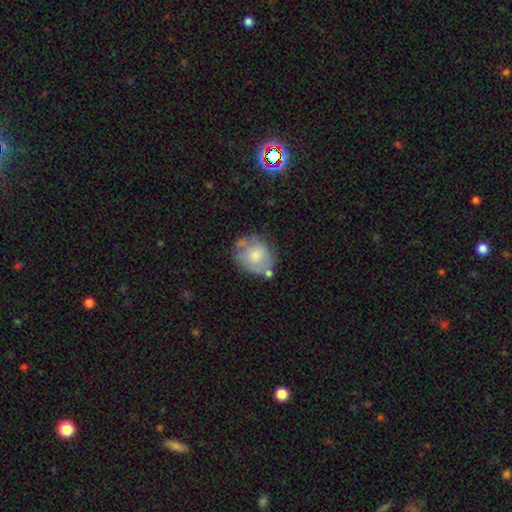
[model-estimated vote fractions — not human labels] The model was most divided on "merging": none: 54%, minor disturbance: 24%, merger: 13%, major disturbance: 9%. More confident: how rounded — round (75%); smooth or featured — smooth (66%).